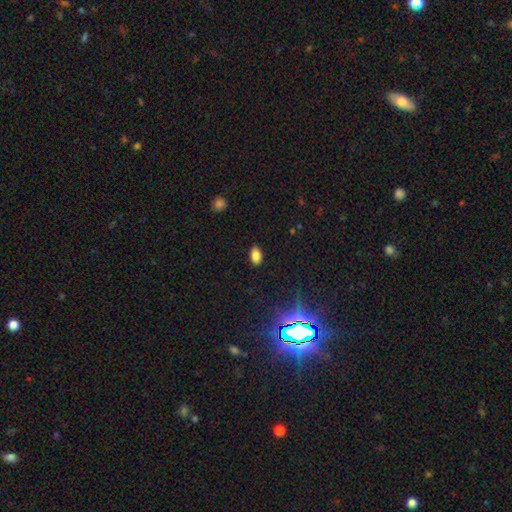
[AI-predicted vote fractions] Smooth or featured?
  - smooth: 82% *
  - star or artifact: 12%
  - featured or disk: 6%
How rounded?
  - in between: 90% *
  - round: 9%
  - cigar-shaped: 2%
Merging?
  - none: 87% *
  - minor disturbance: 10%
  - major disturbance: 2%
  - merger: 1%